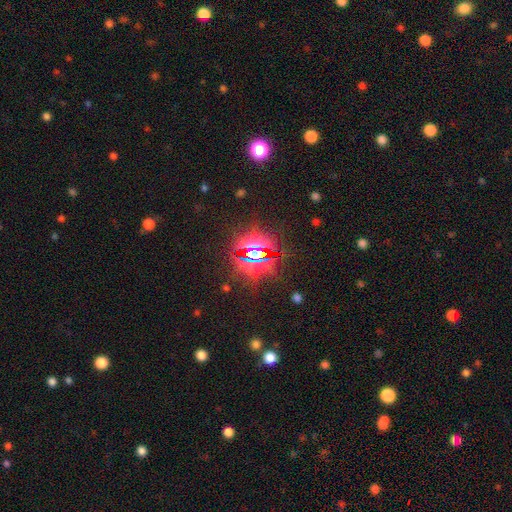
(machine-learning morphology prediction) Smooth or featured?
  - star or artifact: 82% *
  - smooth: 10%
  - featured or disk: 8%